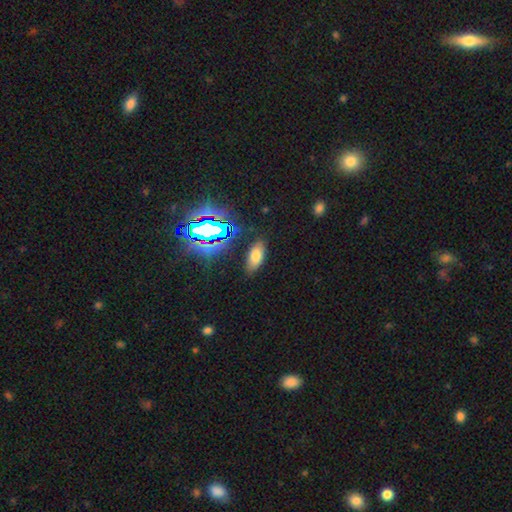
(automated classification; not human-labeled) Smooth or featured? smooth (67%)
How rounded? in between (87%)
Merging? none (81%)